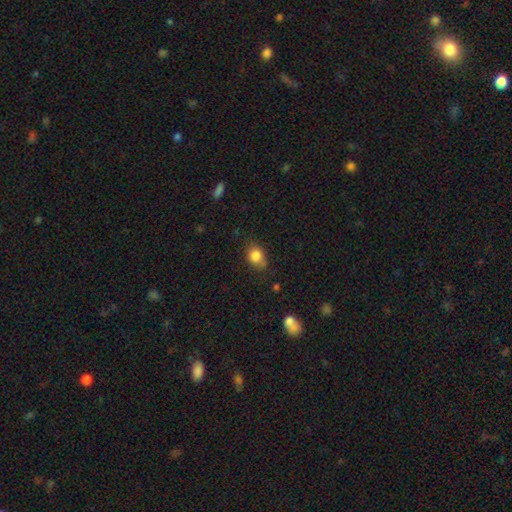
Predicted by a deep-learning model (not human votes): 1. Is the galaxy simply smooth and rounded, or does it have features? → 84% smooth, 10% star or artifact, 6% featured or disk.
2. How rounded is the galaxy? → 53% round, 46% in between, 1% cigar-shaped.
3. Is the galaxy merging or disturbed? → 67% none, 23% minor disturbance, 5% major disturbance, 4% merger.